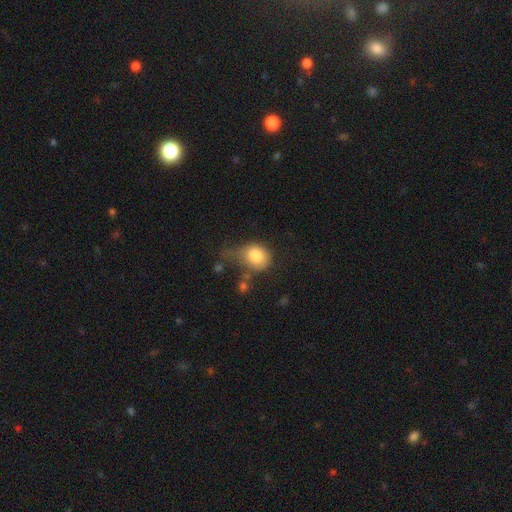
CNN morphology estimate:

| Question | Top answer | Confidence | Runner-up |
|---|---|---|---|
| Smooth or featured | smooth | 81% | featured or disk (10%) |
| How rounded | round | 59% | in between (40%) |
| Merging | minor disturbance | 32% | major disturbance (30%) |